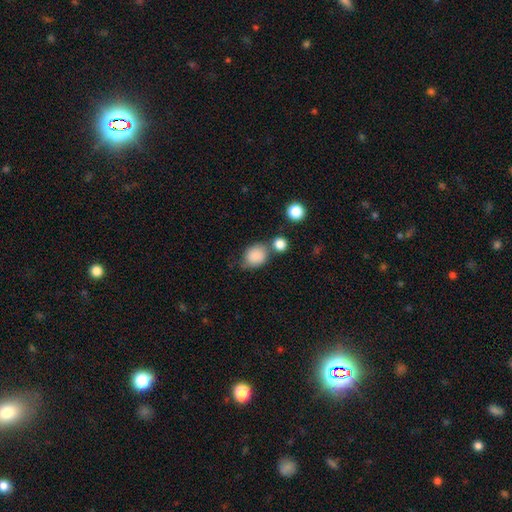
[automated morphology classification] This is clearly a smooth galaxy (86%). How rounded: possibly round (57%). Merging: possibly none (56%).